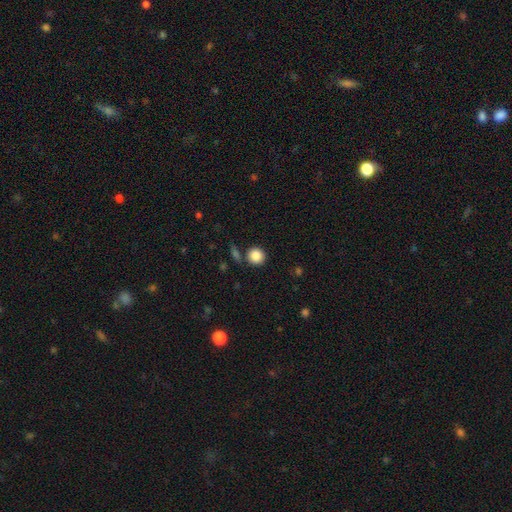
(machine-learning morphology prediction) smooth-or-featured: smooth: 86% | star or artifact: 9% | featured or disk: 5%
  how-rounded: round: 92% | in between: 7% | cigar-shaped: 1%
  merging: none: 81% | minor disturbance: 8% | merger: 7% | major disturbance: 3%